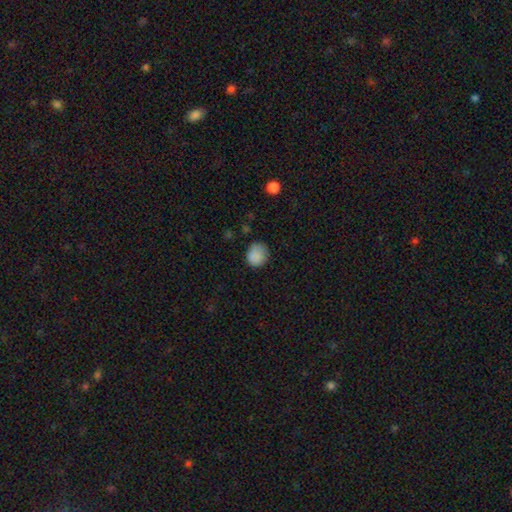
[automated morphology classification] Smooth or featured: smooth — 86% (star or artifact — 9%)
How rounded: round — 81% (in between — 18%)
Merging: none — 74% (minor disturbance — 20%)